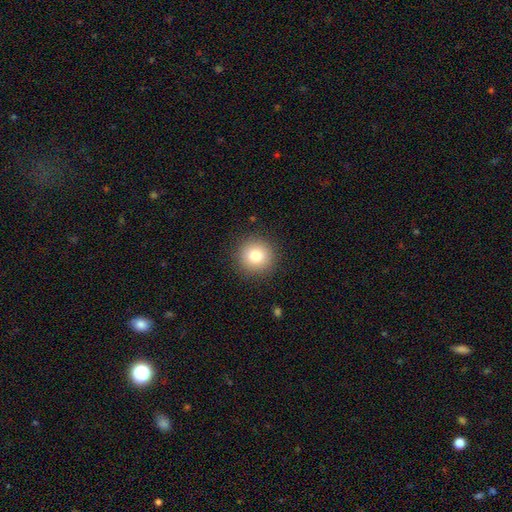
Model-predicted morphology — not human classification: A smooth galaxy with no disk features (80%) that is round (94%). Merging: none (90%).